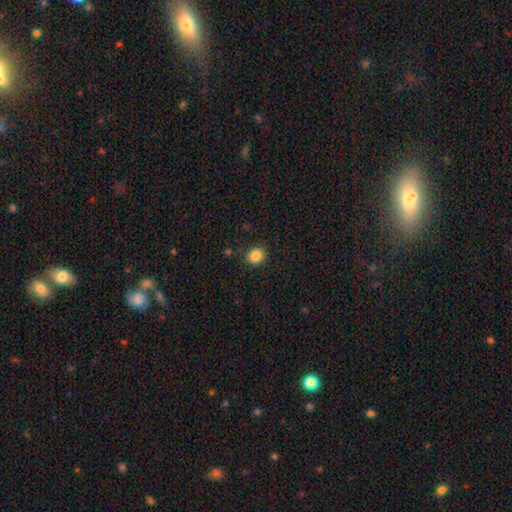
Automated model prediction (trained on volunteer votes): A smooth galaxy with no disk features (86%) that is round (68%). Merging: none (88%).